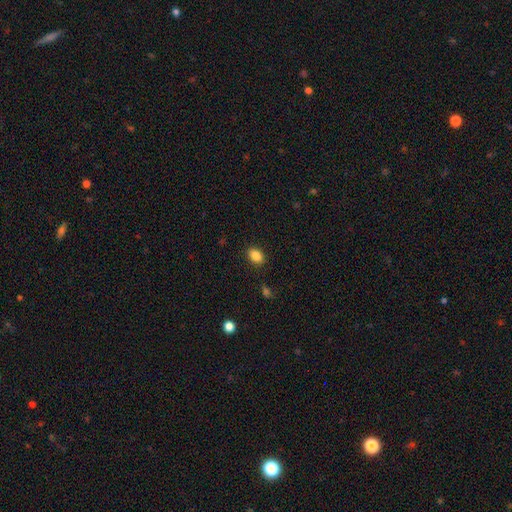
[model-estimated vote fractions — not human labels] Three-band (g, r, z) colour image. It shows a smooth galaxy with no disk features (87%) that is in between round and cigar-shaped (79%). Merging: none (88%).